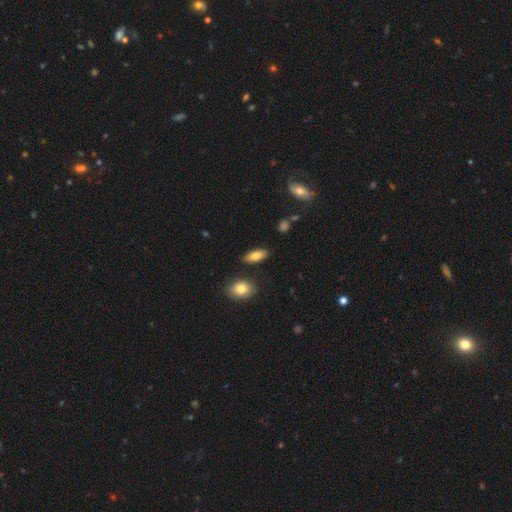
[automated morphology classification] type=smooth (76%); roundness=in between (75%); merging=none (86%).